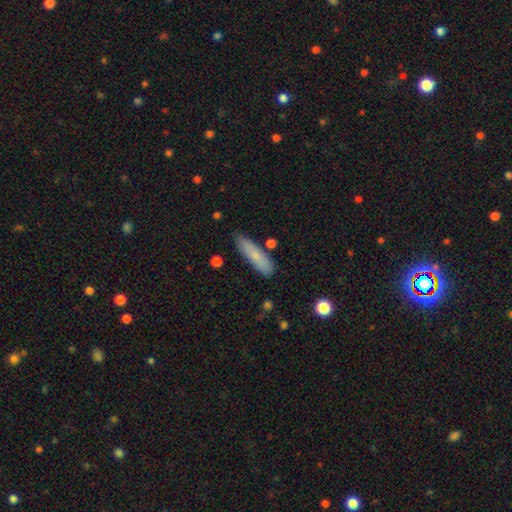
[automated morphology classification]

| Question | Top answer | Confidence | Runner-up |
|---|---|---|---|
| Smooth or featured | smooth | 76% | featured or disk (17%) |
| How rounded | cigar-shaped | 71% | in between (27%) |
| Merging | none | 77% | minor disturbance (16%) |